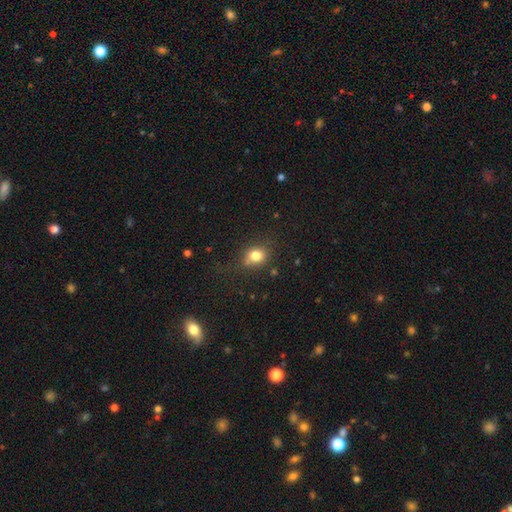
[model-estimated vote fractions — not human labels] This appears to be a smooth galaxy with no disk features (80%) that is round (63%). Merging: none (66%).